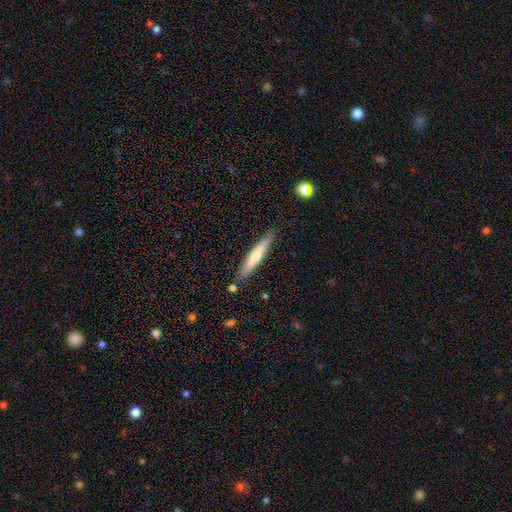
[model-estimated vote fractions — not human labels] A smooth galaxy with no disk features (53%) that is cigar-shaped (93%).

Vote fractions:
- Smooth or featured? smooth: 53% / featured or disk: 42% / star or artifact: 5%
- How rounded? cigar-shaped: 93% / in between: 6% / round: 1%
- Merging? none: 88% / minor disturbance: 8% / merger: 2% / major disturbance: 2%